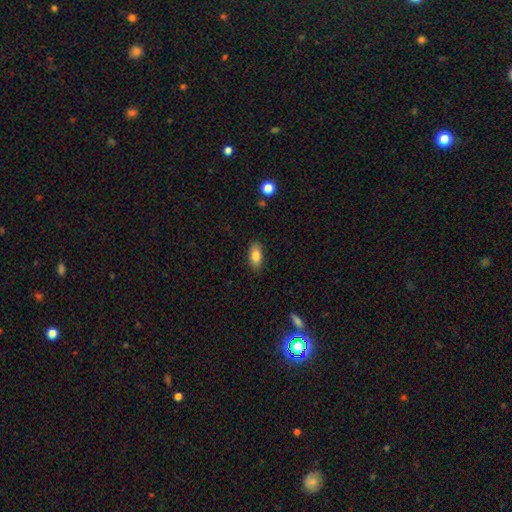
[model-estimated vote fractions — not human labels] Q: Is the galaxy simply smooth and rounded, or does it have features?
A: smooth — 83%.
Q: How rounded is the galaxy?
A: in between — 89%.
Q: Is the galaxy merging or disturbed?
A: none — 87%.